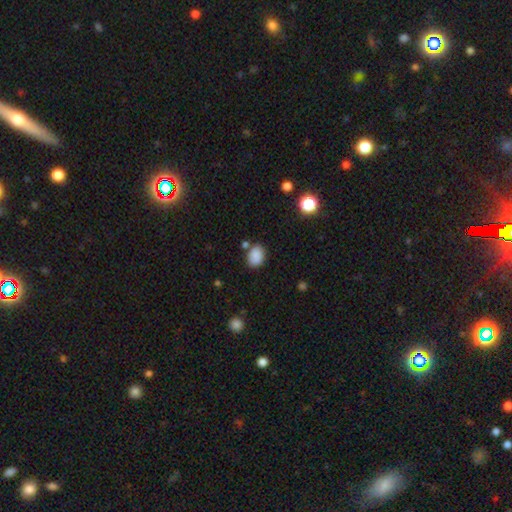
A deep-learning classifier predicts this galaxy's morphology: Smooth or featured: smooth — 87% (star or artifact — 9%)
How rounded: in between — 69% (round — 30%)
Merging: none — 74% (minor disturbance — 14%)